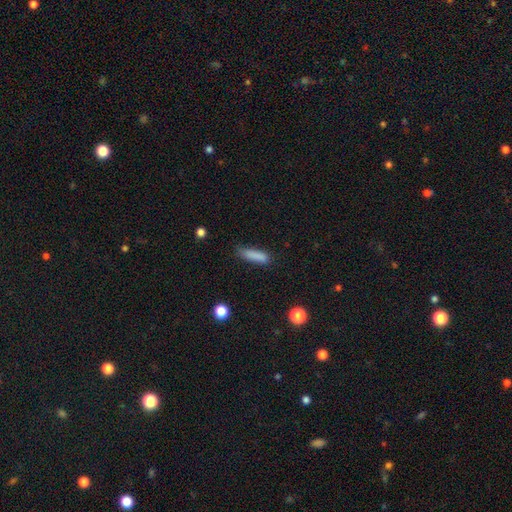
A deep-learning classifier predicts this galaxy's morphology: Smooth or featured: smooth — 85% (star or artifact — 8%)
How rounded: cigar-shaped — 73% (in between — 25%)
Merging: none — 71% (minor disturbance — 22%)